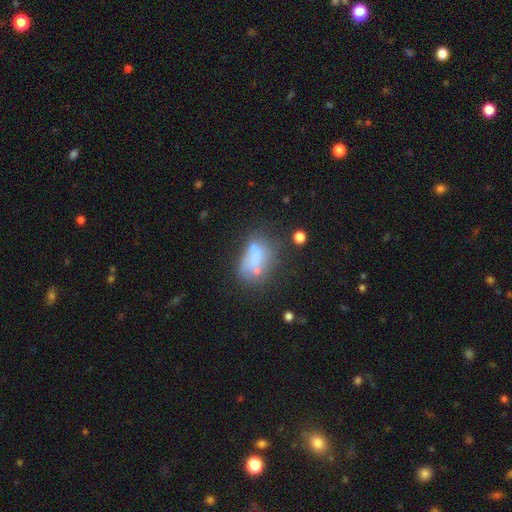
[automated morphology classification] type=smooth (50%); roundness=in between (82%); merging=none (30%).